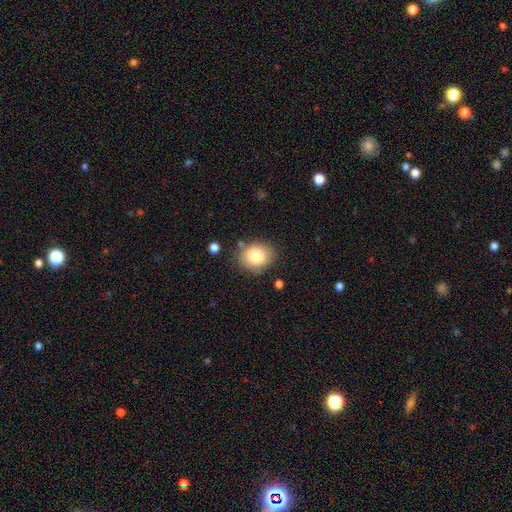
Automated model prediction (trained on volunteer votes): A smooth galaxy with no disk features (80%) that is round (57%). Merging: none (79%).